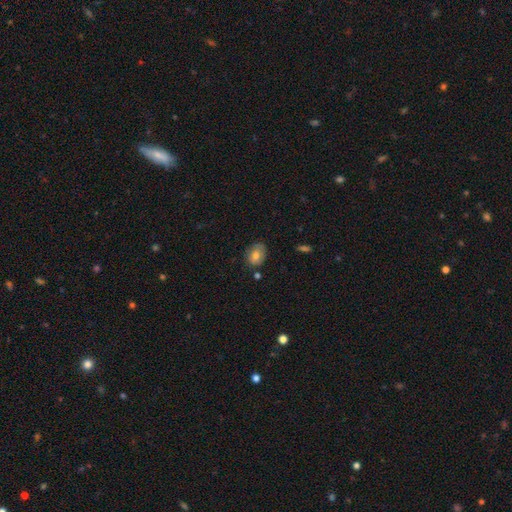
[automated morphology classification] Smooth or featured? Predicted: smooth (p=0.73). How rounded? Predicted: in between (p=0.66). Merging? Predicted: none (p=0.69).